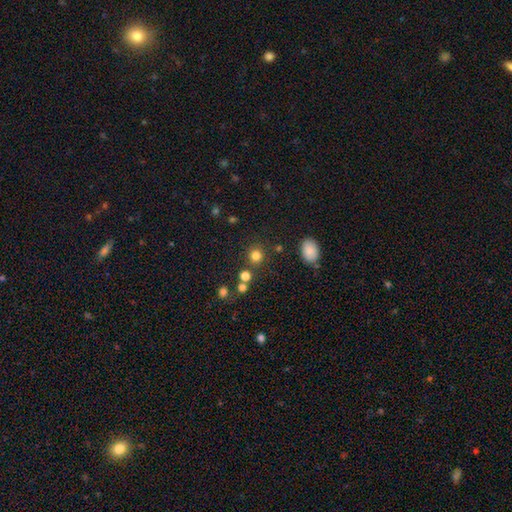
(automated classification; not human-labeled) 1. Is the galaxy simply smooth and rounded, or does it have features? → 79% smooth, 15% star or artifact, 6% featured or disk.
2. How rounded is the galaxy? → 89% round, 10% in between, 1% cigar-shaped.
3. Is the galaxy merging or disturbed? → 82% none, 8% minor disturbance, 7% merger, 3% major disturbance.